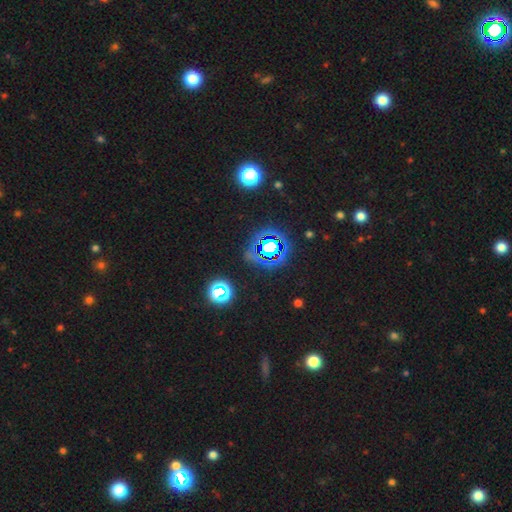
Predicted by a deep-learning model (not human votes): Morphology: type=star or artifact (76%).